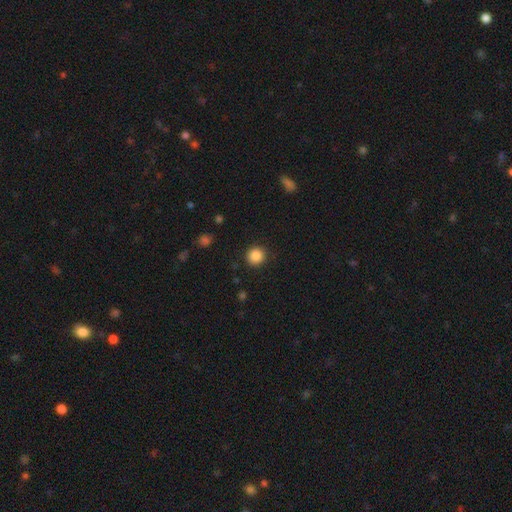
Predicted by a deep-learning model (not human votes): Morphology: type=smooth (87%); roundness=round (93%); merging=none (90%).